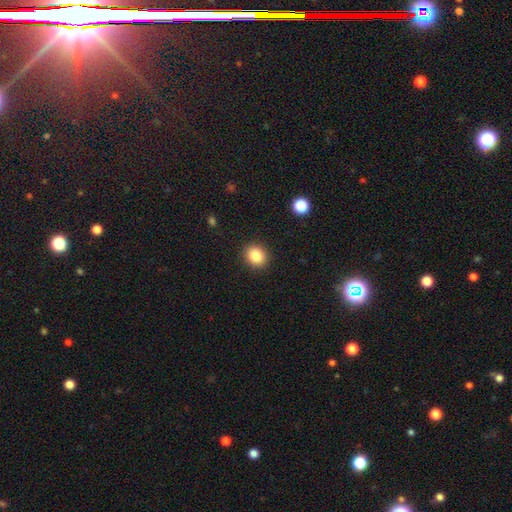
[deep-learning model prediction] A smooth galaxy with no disk features (86%) that is round (67%). Merging: none (90%).